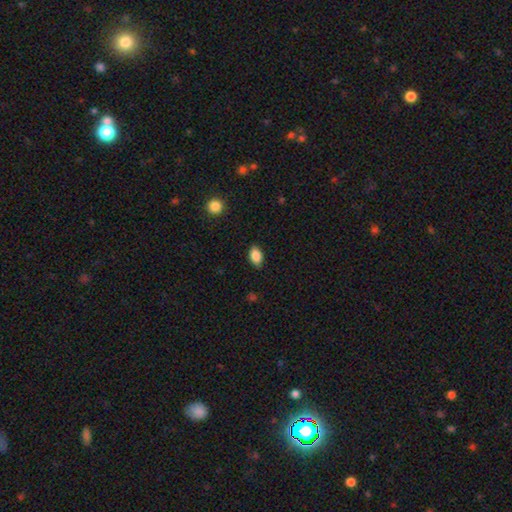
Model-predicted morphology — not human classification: smooth-or-featured: smooth: 87% | star or artifact: 8% | featured or disk: 5%
  how-rounded: in between: 89% | round: 9% | cigar-shaped: 2%
  merging: none: 87% | minor disturbance: 10% | major disturbance: 2% | merger: 1%